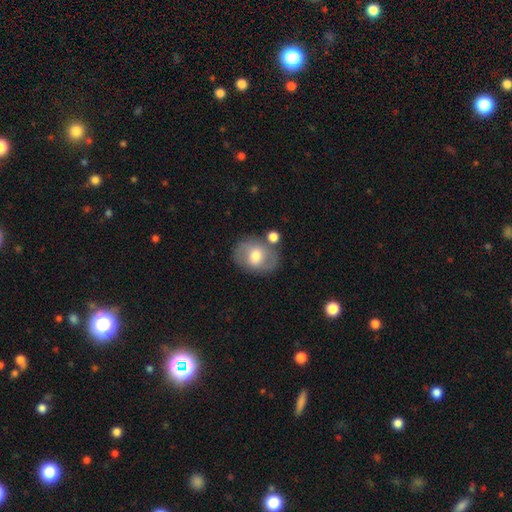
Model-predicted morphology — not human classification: Smooth or featured?
  - smooth: 55% *
  - featured or disk: 37%
  - star or artifact: 8%
How rounded?
  - in between: 56% *
  - round: 43%
  - cigar-shaped: 1%
Merging?
  - none: 67% *
  - minor disturbance: 16%
  - merger: 11%
  - major disturbance: 6%